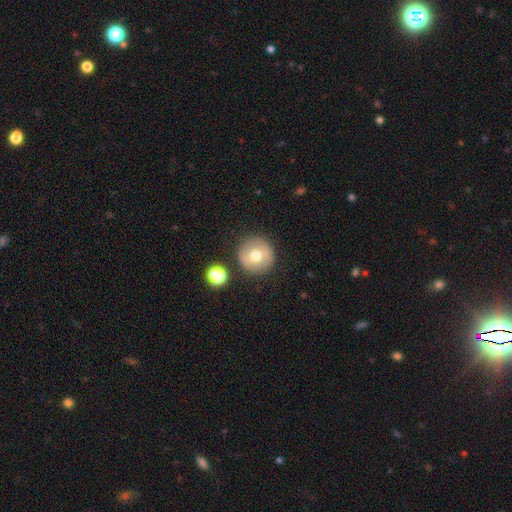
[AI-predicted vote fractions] This appears to be a smooth galaxy with no disk features (67%) that is round (95%). Merging: none (86%).